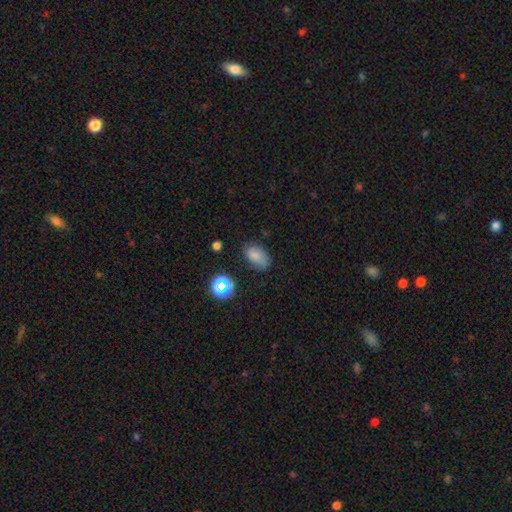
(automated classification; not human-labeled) Smooth or featured: smooth — 75% (star or artifact — 14%)
How rounded: in between — 87% (round — 12%)
Merging: none — 68% (minor disturbance — 23%)